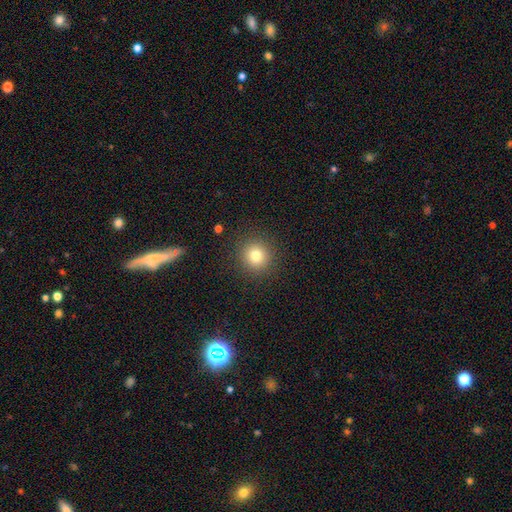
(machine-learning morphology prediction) Smooth or featured? Predicted: smooth (p=0.78). How rounded? Predicted: round (p=0.94). Merging? Predicted: none (p=0.90).